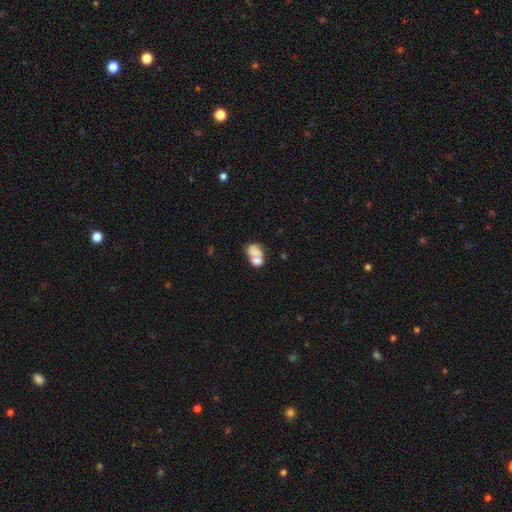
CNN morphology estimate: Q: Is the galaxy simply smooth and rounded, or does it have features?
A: smooth — 57%.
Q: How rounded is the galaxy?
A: in between — 74%.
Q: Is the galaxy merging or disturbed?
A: merger — 62%.